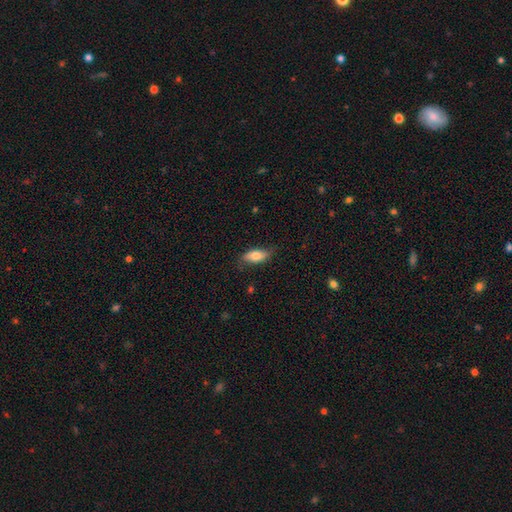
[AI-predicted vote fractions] A smooth galaxy with no disk features (74%) that is in between round and cigar-shaped (84%). Merging: none (72%).